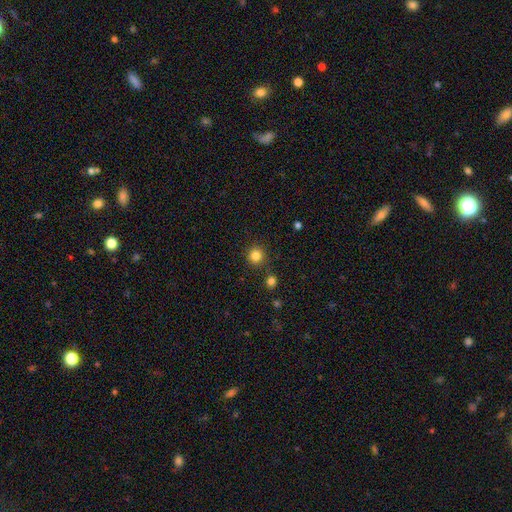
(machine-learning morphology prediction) type=smooth (83%); roundness=round (94%); merging=none (86%).